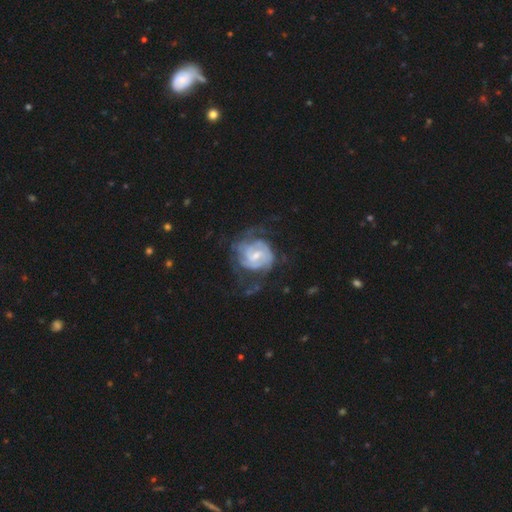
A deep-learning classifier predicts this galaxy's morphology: This appears to be a featured or disk galaxy (80%) with a weak bar (56%), tight (53%) spiral arms (89%) and a small central bulge (50%). Merging: none (52%).